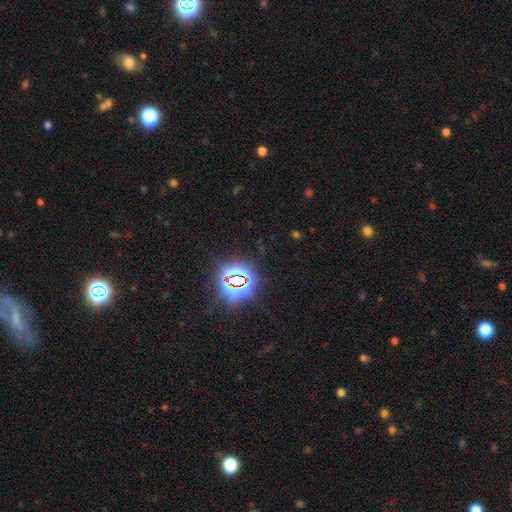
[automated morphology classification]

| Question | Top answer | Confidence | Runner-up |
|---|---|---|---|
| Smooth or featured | star or artifact | 81% | smooth (12%) |